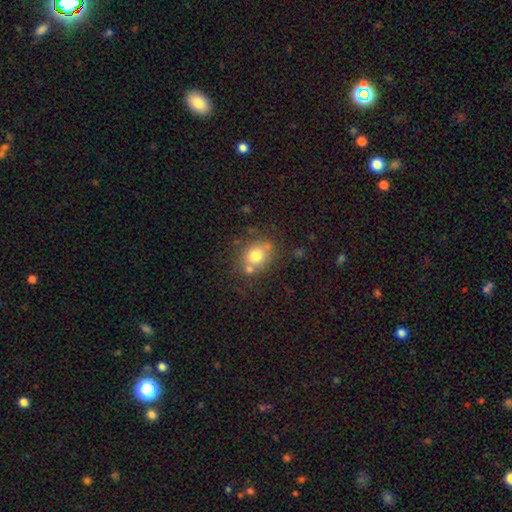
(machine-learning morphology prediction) Smooth or featured: smooth — 73% (featured or disk — 15%)
How rounded: round — 64% (in between — 35%)
Merging: none — 60% (merger — 20%)